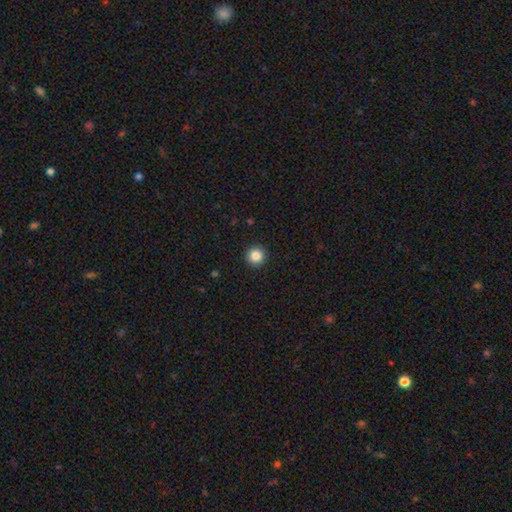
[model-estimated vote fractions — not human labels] Morphology: type=smooth (85%); roundness=round (96%); merging=none (93%).